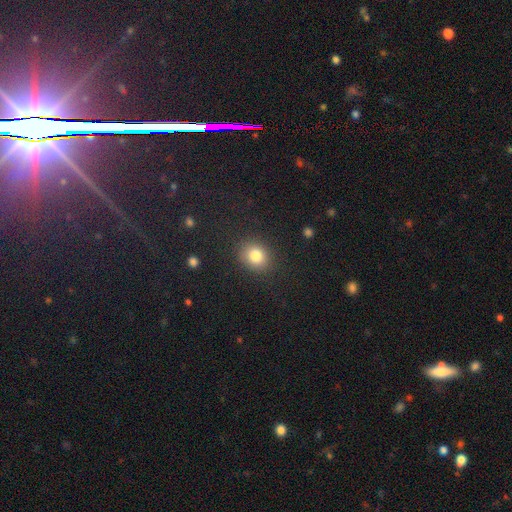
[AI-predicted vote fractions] smooth-or-featured: smooth: 82% | star or artifact: 11% | featured or disk: 7%
  how-rounded: round: 67% | in between: 32% | cigar-shaped: 1%
  merging: none: 86% | minor disturbance: 9% | major disturbance: 3% | merger: 1%